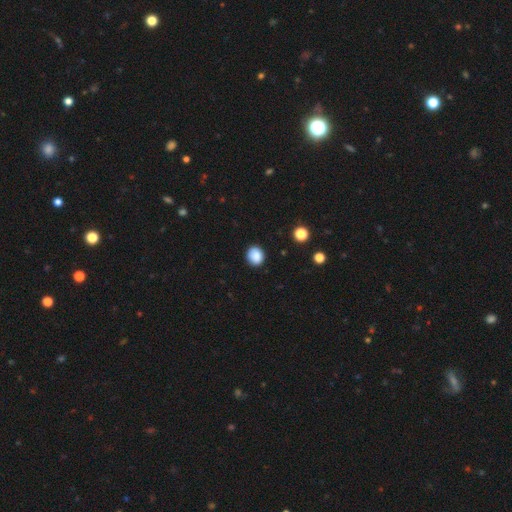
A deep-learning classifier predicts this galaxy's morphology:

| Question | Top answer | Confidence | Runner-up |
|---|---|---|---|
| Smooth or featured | smooth | 87% | star or artifact (9%) |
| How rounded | round | 76% | in between (23%) |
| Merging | none | 88% | minor disturbance (9%) |